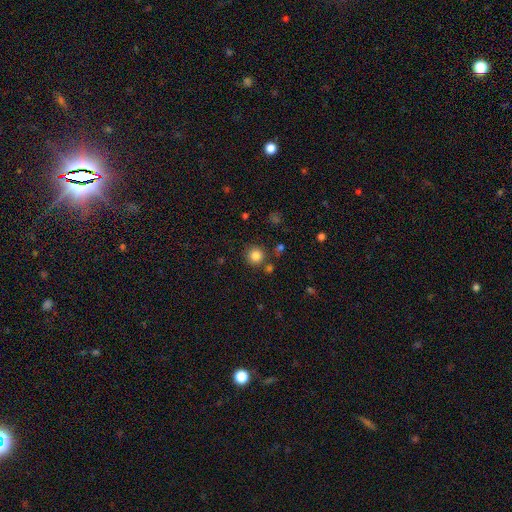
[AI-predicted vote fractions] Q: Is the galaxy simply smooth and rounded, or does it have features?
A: smooth — 83%.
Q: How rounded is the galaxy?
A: round — 94%.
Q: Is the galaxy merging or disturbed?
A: none — 85%.